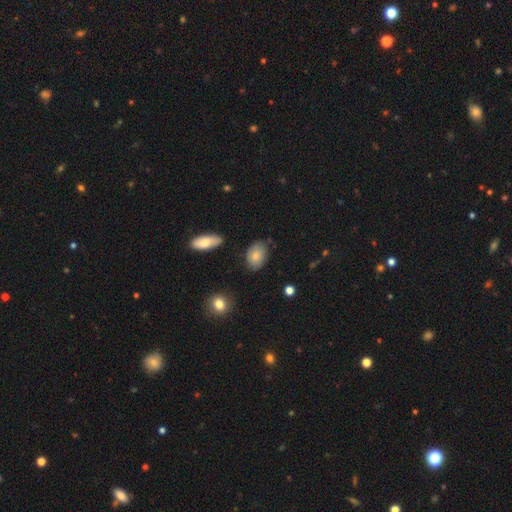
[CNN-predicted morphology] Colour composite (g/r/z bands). It shows a smooth galaxy with no disk features (82%) that is in between round and cigar-shaped (87%). Merging: none (81%).